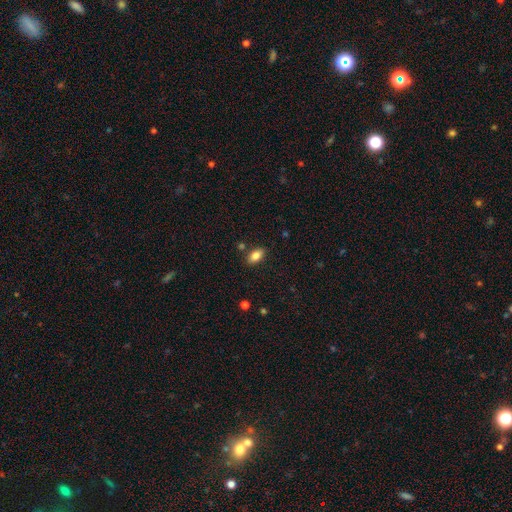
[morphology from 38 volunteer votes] smooth 92%, featured or disk 8%, star or artifact 0%. Down the decision tree: how rounded — in between (91%); merging — none (89%).